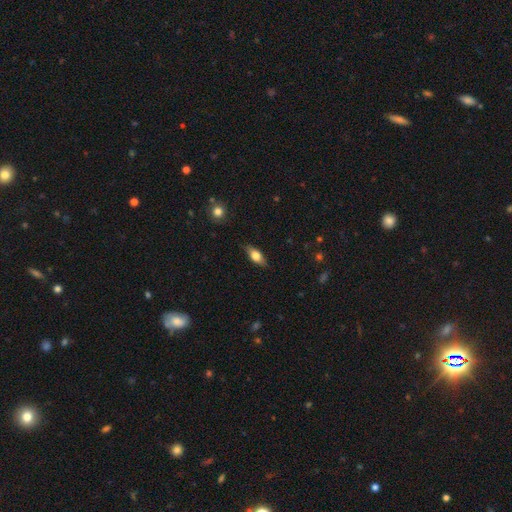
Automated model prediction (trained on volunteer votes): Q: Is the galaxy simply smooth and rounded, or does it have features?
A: smooth — 61%.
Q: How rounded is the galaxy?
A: in between — 77%.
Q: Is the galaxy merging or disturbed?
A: none — 83%.